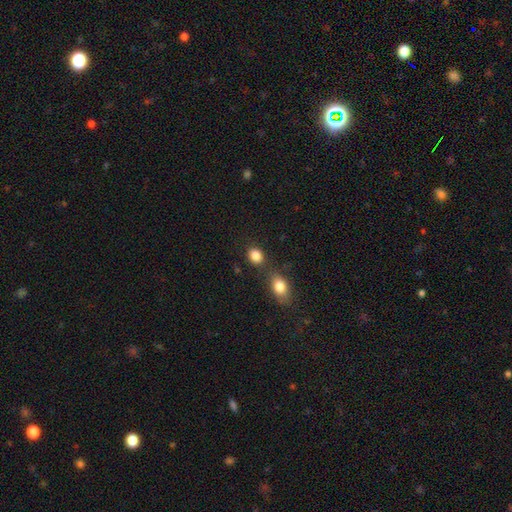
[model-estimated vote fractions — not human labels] A smooth galaxy with no disk features (85%) that is round (54%).

Vote fractions:
- Smooth or featured? smooth: 85% / star or artifact: 10% / featured or disk: 5%
- How rounded? round: 54% / in between: 44% / cigar-shaped: 1%
- Merging? none: 65% / merger: 19% / minor disturbance: 11% / major disturbance: 4%